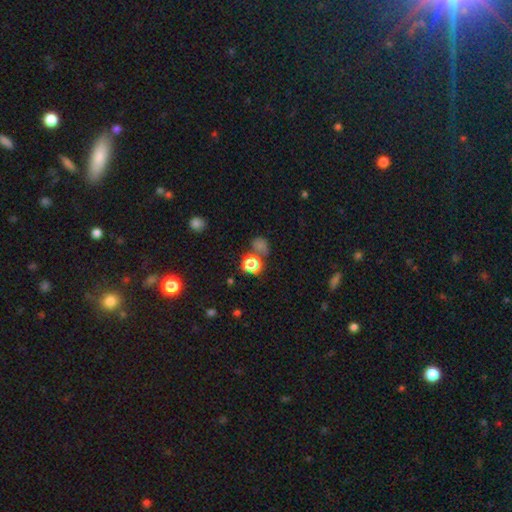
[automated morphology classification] type=smooth (45%); merging=none (64%).